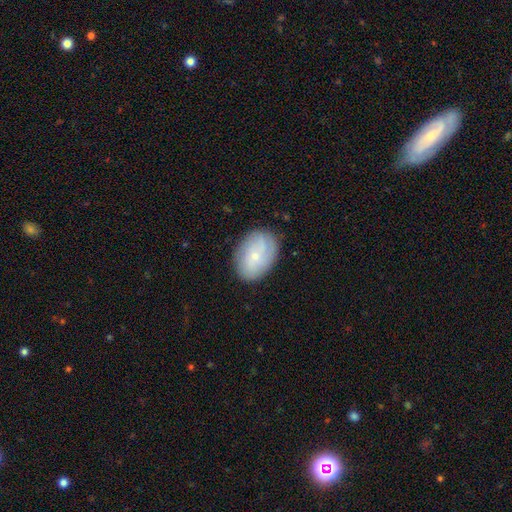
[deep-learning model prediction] Smooth or featured? smooth (48%)
Merging? none (79%)